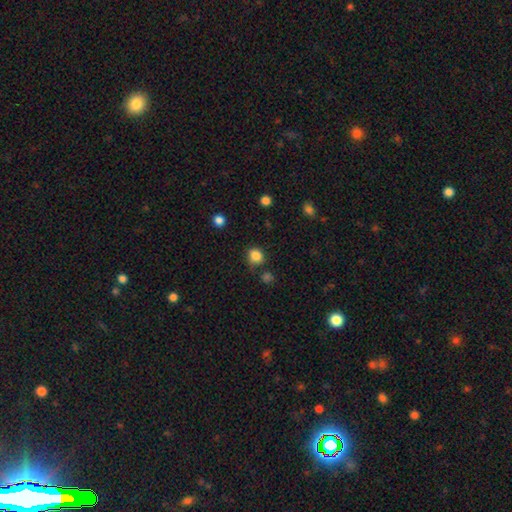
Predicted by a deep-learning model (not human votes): Q: Smooth or featured?
A: smooth (84%); runner-up: star or artifact (11%)
Q: How rounded?
A: round (75%); runner-up: in between (24%)
Q: Merging?
A: none (73%); runner-up: minor disturbance (17%)